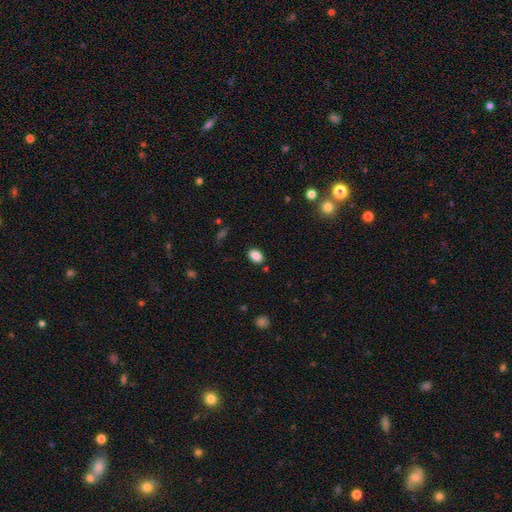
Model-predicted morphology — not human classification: This is clearly a smooth galaxy (87%). How rounded: likely in between (79%). Merging: clearly none (85%).